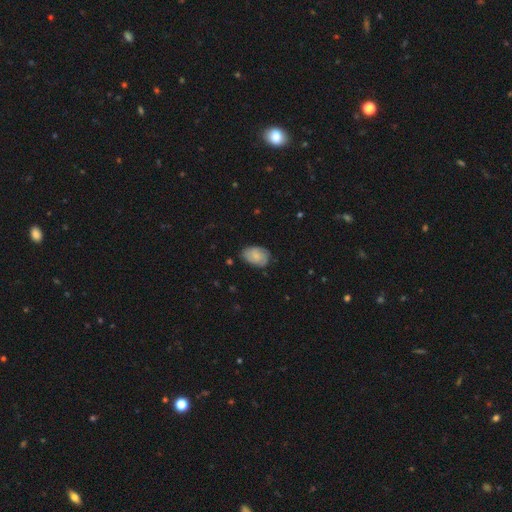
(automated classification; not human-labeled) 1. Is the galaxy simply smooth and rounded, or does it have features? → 74% smooth, 19% featured or disk, 7% star or artifact.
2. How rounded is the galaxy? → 84% in between, 14% round, 1% cigar-shaped.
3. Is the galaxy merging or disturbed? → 68% none, 26% minor disturbance, 5% major disturbance, 1% merger.